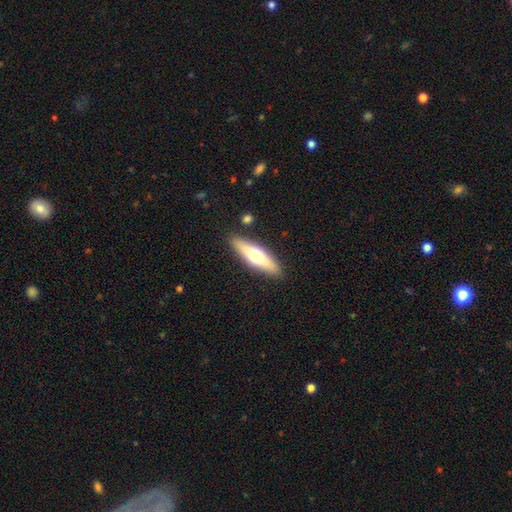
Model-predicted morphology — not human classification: smooth 52%, featured or disk 43%, star or artifact 6%. Down the decision tree: how rounded — cigar-shaped (65%); merging — none (87%).